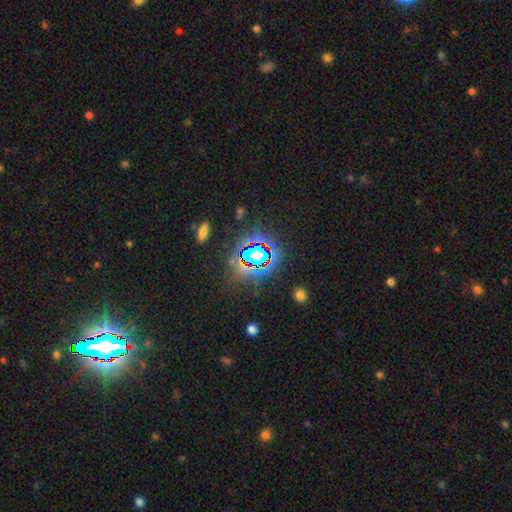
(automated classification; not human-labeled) Q: Smooth or featured?
A: star or artifact (68%); runner-up: smooth (21%)